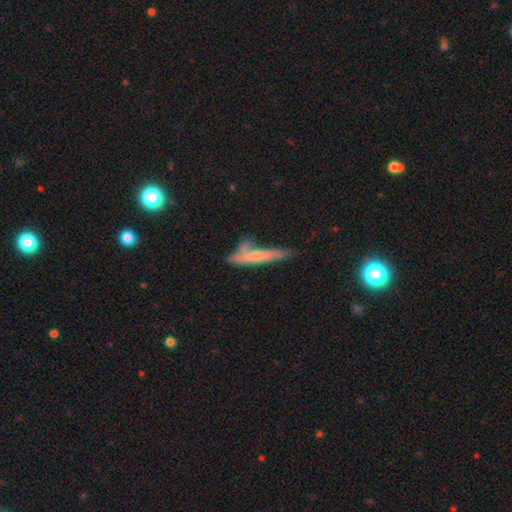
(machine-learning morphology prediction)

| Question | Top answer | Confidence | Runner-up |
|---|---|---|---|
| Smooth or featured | smooth | 48% | featured or disk (44%) |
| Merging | none | 54% | minor disturbance (21%) |